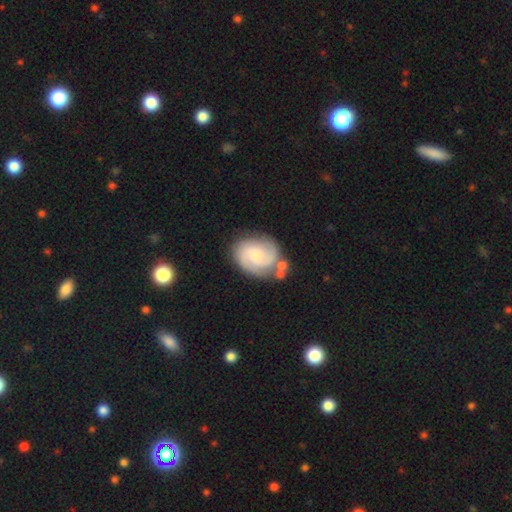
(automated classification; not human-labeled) A featured or disk galaxy (73%) with no bar (59%), 2 (76%) medium (44%) spiral arms (95%) and a small central bulge (46%). Merging: none (67%).